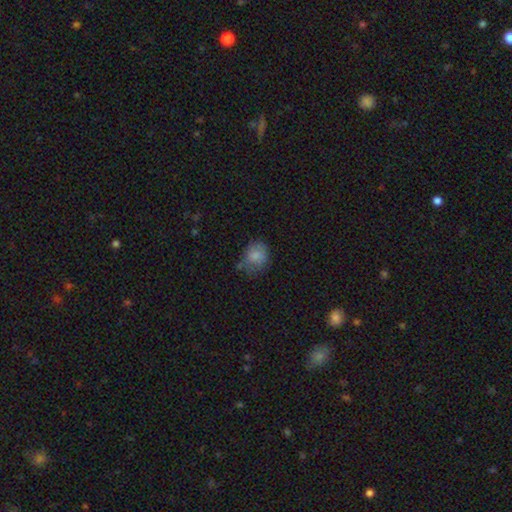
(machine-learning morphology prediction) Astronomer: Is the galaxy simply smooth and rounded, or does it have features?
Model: smooth — 79%.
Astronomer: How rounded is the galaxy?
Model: round — 60% (runner-up: in between, 39%).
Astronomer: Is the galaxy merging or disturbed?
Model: none — 57%.